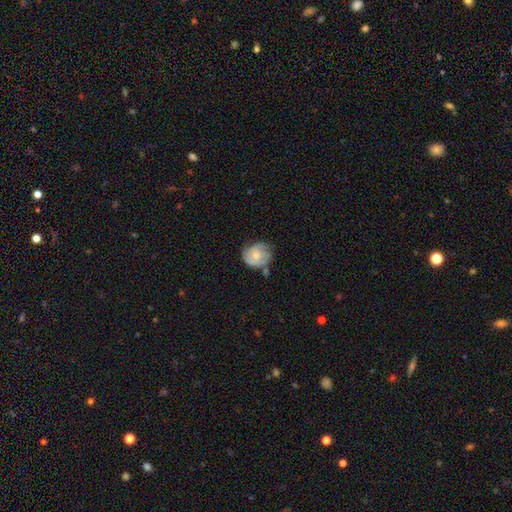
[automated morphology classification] Smooth or featured?
  - smooth: 49% *
  - featured or disk: 44%
  - star or artifact: 7%
Merging?
  - none: 48% *
  - minor disturbance: 32%
  - major disturbance: 13%
  - merger: 8%